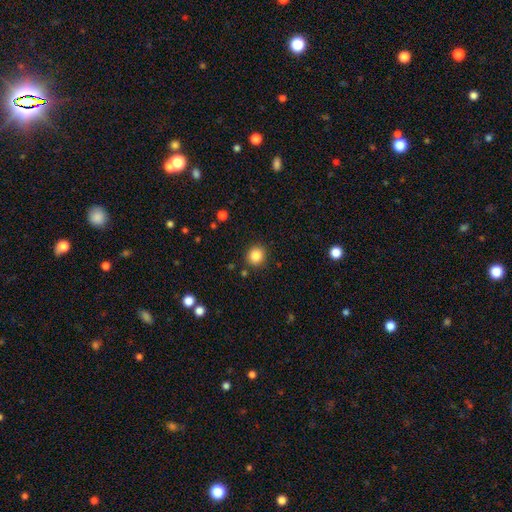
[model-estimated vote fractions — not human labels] This appears to be a smooth galaxy with no disk features (85%) that is round (86%). Merging: none (88%).